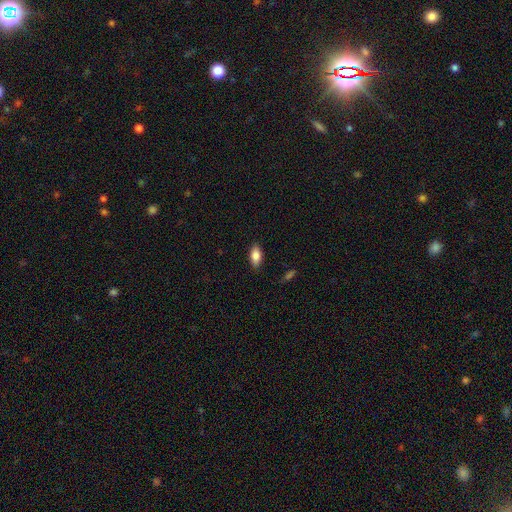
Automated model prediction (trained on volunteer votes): smooth-or-featured: smooth: 83% | featured or disk: 10% | star or artifact: 7%
  how-rounded: in between: 90% | cigar-shaped: 7% | round: 3%
  merging: none: 87% | minor disturbance: 10% | major disturbance: 2% | merger: 1%